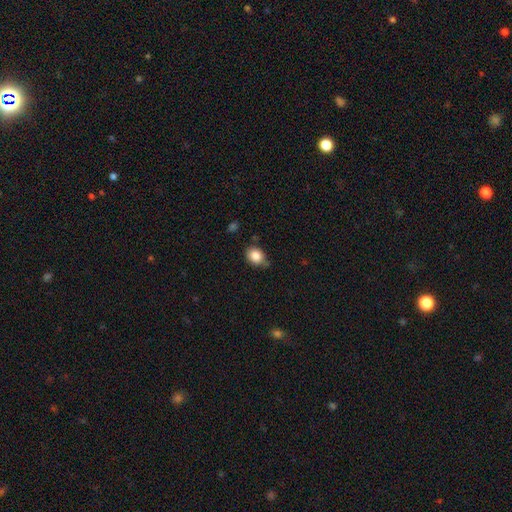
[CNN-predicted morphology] This is clearly a smooth galaxy (85%). How rounded: possibly in between (51%). Merging: likely none (70%).